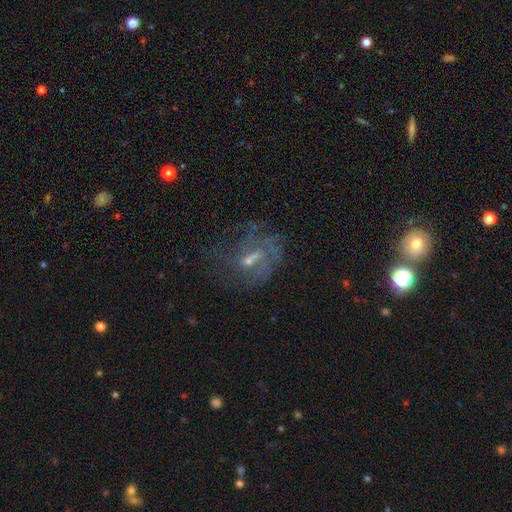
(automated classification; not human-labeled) smooth_or_featured: featured or disk (p=0.65) [alt: smooth p=0.20]
disk_edge_on: no (p=0.94) [alt: yes p=0.06]
bar: weak (p=0.48) [alt: no p=0.32]
has_spiral_arms: yes (p=0.59) [alt: no p=0.41]
bulge_size: small (p=0.52) [alt: moderate p=0.29]
merging: none (p=0.48) [alt: major disturbance p=0.27]